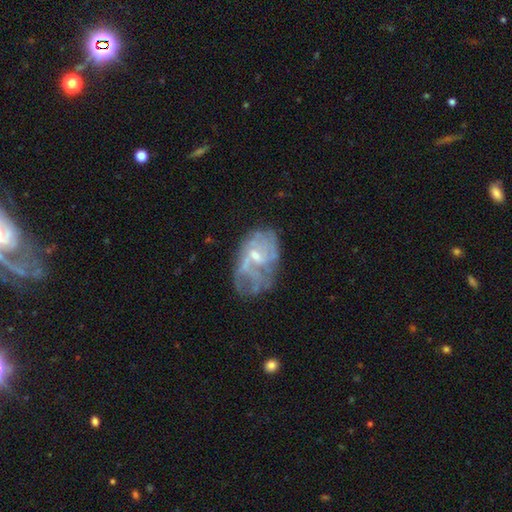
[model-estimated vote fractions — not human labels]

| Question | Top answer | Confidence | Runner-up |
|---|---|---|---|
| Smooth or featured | featured or disk | 68% | smooth (22%) |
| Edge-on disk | no | 97% | yes (3%) |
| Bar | no | 54% | weak (40%) |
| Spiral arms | yes | 54% | no (46%) |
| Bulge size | small | 58% | moderate (31%) |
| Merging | none | 39% | major disturbance (29%) |